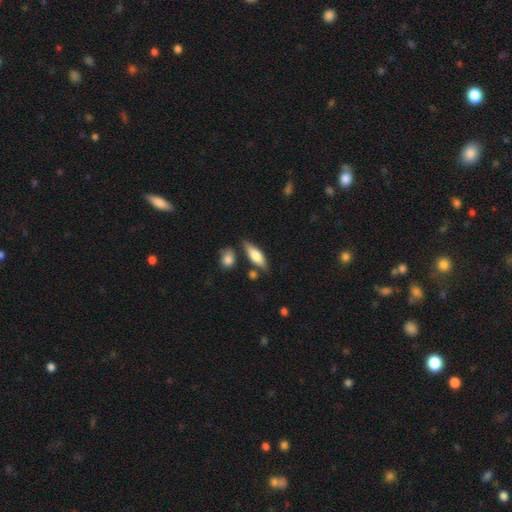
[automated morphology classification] This appears to be a smooth galaxy with no disk features (62%) that is in between round and cigar-shaped (53%). Merging: none (73%).